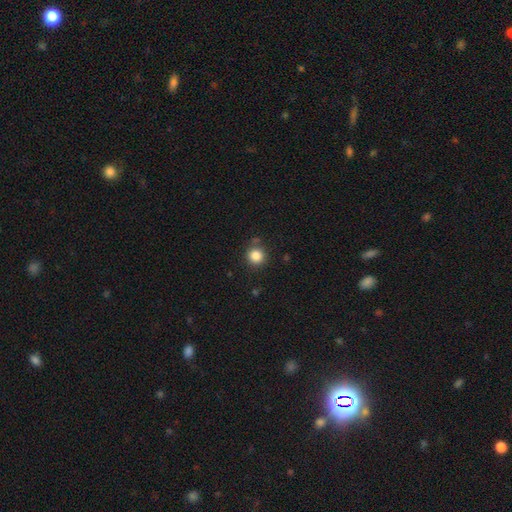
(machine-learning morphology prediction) smooth-or-featured: smooth: 85% | star or artifact: 11% | featured or disk: 4%
  how-rounded: round: 93% | in between: 6% | cigar-shaped: 1%
  merging: none: 83% | minor disturbance: 10% | merger: 4% | major disturbance: 3%